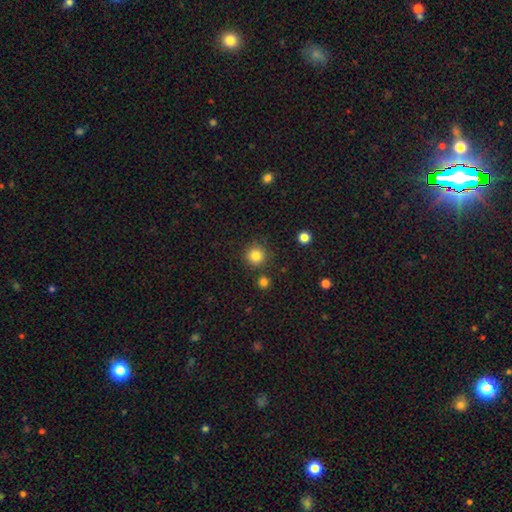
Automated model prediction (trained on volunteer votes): A smooth galaxy with no disk features (84%) that is round (94%).

Vote fractions:
- Smooth or featured? smooth: 84% / star or artifact: 12% / featured or disk: 4%
- How rounded? round: 94% / in between: 5% / cigar-shaped: 1%
- Merging? none: 85% / minor disturbance: 7% / merger: 5% / major disturbance: 3%